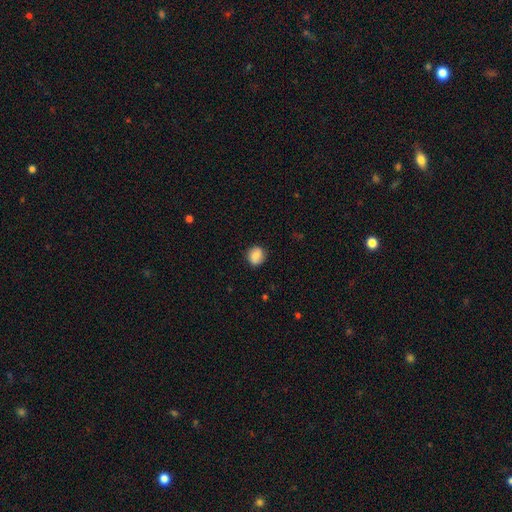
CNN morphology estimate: This appears to be a smooth galaxy with no disk features (83%) that is round (77%). Merging: none (85%).